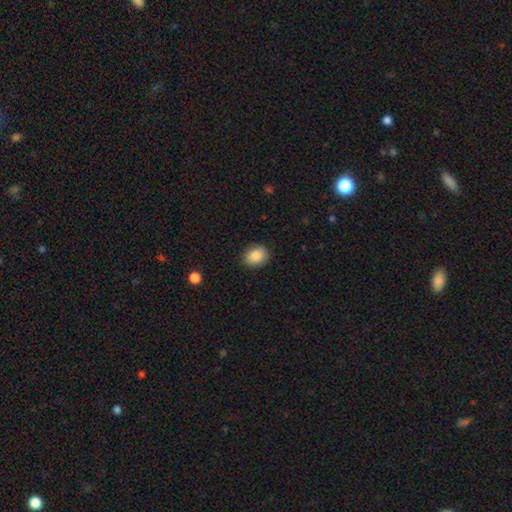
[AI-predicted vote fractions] Smooth or featured? smooth (87%)
How rounded? in between (50%)
Merging? none (89%)